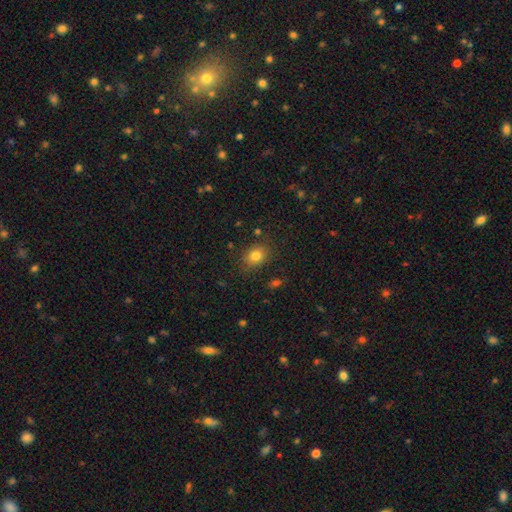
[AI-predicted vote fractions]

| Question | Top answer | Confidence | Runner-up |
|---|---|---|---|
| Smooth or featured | smooth | 81% | star or artifact (12%) |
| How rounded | in between | 58% | round (41%) |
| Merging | none | 83% | minor disturbance (12%) |